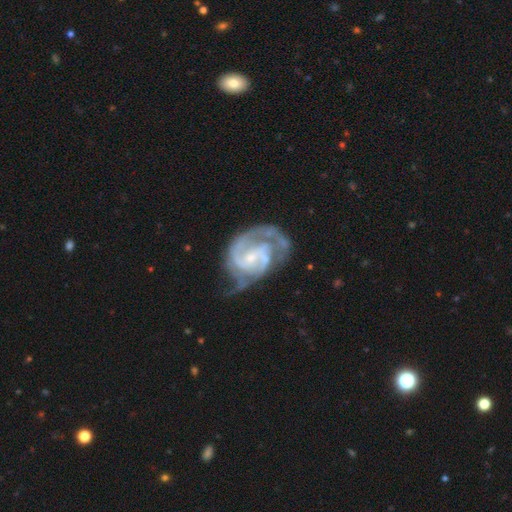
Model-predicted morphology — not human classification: Smooth or featured?
  - featured or disk: 90% *
  - smooth: 5%
  - star or artifact: 5%
Edge-on disk?
  - no: 98% *
  - yes: 2%
Bar?
  - weak: 47% *
  - no: 38%
  - strong: 16%
Spiral arms?
  - yes: 97% *
  - no: 3%
Spiral winding?
  - medium: 46% *
  - tight: 44%
  - loose: 10%
Spiral arm count?
  - 2: 66% *
  - 3: 13%
  - can't tell: 10%
  - 1: 5%
  - 4: 3%
  - more than 4: 3%
Bulge size?
  - small: 69% *
  - moderate: 22%
  - none: 7%
  - large: 2%
  - dominant: 1%
Merging?
  - none: 57% *
  - minor disturbance: 23%
  - major disturbance: 17%
  - merger: 3%